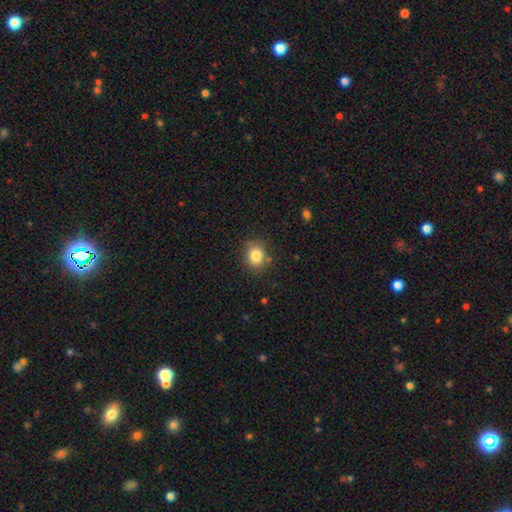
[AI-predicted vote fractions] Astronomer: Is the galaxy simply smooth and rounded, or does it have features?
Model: smooth — 83%.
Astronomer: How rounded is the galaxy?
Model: round — 73%.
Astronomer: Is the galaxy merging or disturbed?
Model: none — 81%.